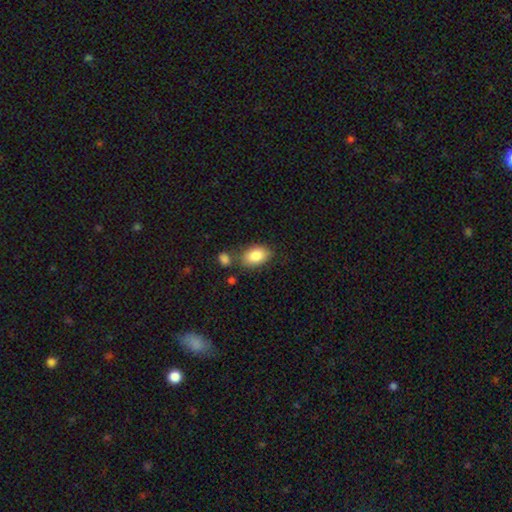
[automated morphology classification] smooth_or_featured: smooth (p=0.85) [alt: featured or disk p=0.08]
how_rounded: in between (p=0.89) [alt: round p=0.09]
merging: none (p=0.68) [alt: minor disturbance p=0.16]